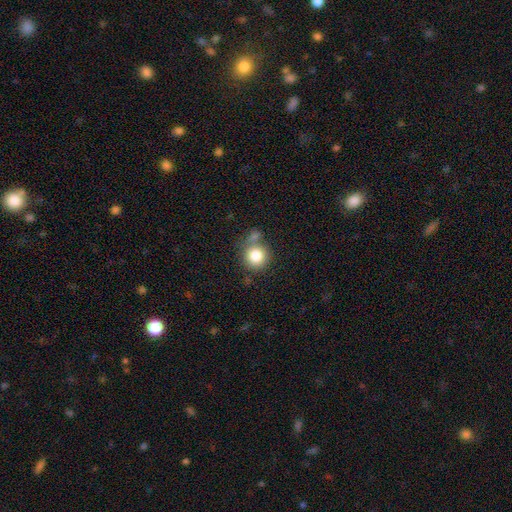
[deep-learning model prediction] Smooth or featured?
  - smooth: 82% *
  - star or artifact: 10%
  - featured or disk: 8%
How rounded?
  - round: 89% *
  - in between: 10%
  - cigar-shaped: 1%
Merging?
  - none: 62% *
  - merger: 19%
  - minor disturbance: 14%
  - major disturbance: 5%